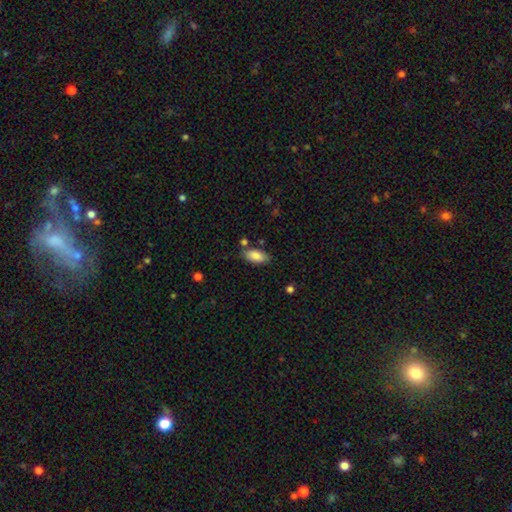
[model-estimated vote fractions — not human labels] Smooth or featured: smooth — 86% (featured or disk — 7%)
How rounded: in between — 89% (cigar-shaped — 8%)
Merging: none — 79% (minor disturbance — 13%)